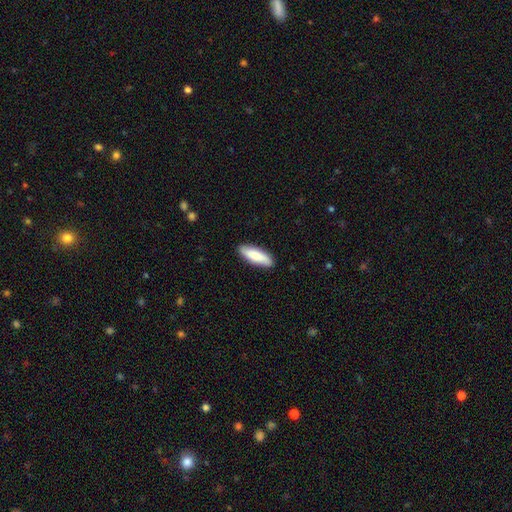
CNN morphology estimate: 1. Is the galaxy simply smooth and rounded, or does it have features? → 81% smooth, 14% featured or disk, 5% star or artifact.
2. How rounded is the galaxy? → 50% in between, 48% cigar-shaped, 2% round.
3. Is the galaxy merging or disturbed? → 88% none, 9% minor disturbance, 2% major disturbance, 1% merger.